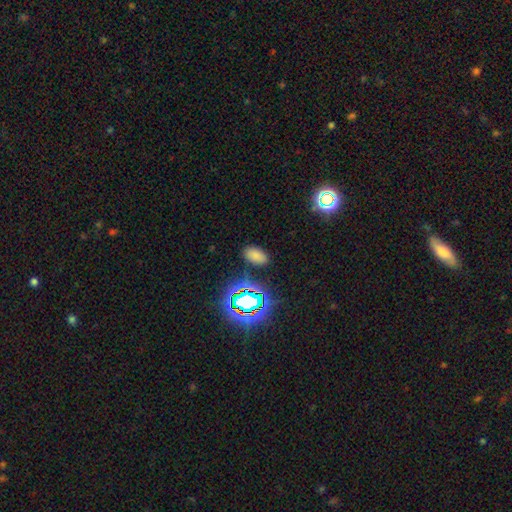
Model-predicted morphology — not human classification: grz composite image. It shows a smooth galaxy with no disk features (70%) that is in between round and cigar-shaped (93%). Merging: none (85%).